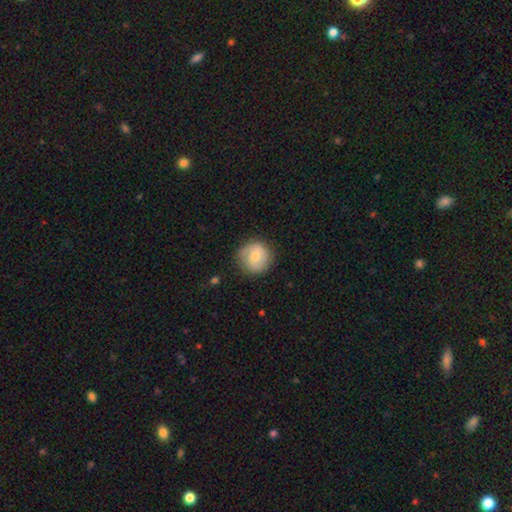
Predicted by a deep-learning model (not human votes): The model was most divided on "smooth or featured": smooth: 56%, featured or disk: 37%, star or artifact: 7%. More confident: how rounded — round (92%); merging — none (79%).